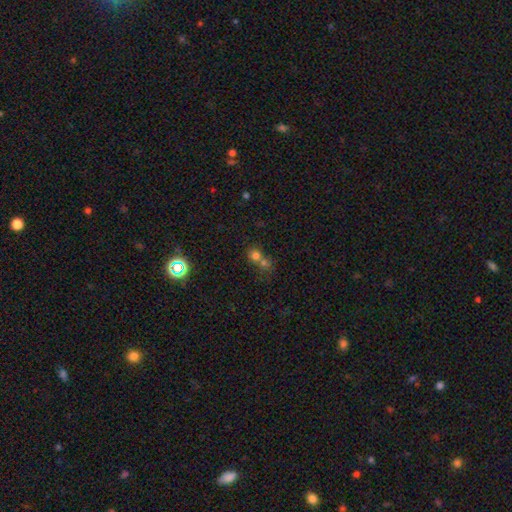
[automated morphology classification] Overall: smooth (70%). How rounded: round (81%). Merging: merger (55%; none 35%).